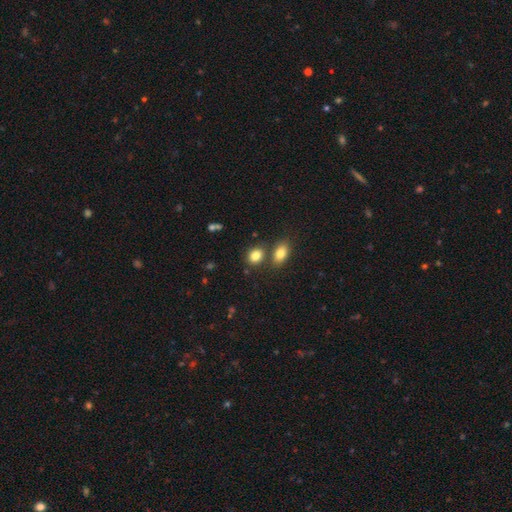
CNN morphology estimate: This appears to be a smooth galaxy with no disk features (83%) that is in between round and cigar-shaped (63%). Merging: none (65%).